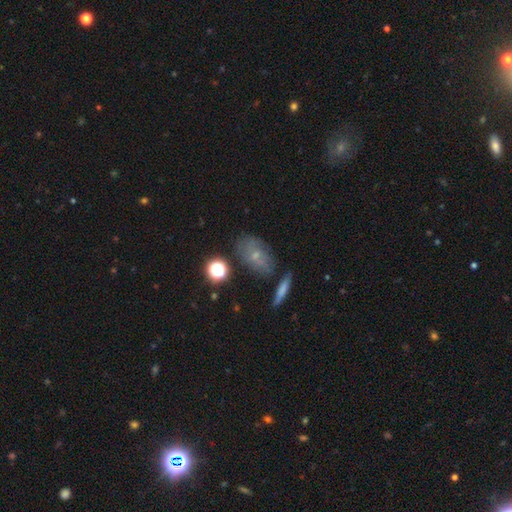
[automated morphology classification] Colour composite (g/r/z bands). It shows a smooth galaxy with no disk features (49%). Merging: none (63%).